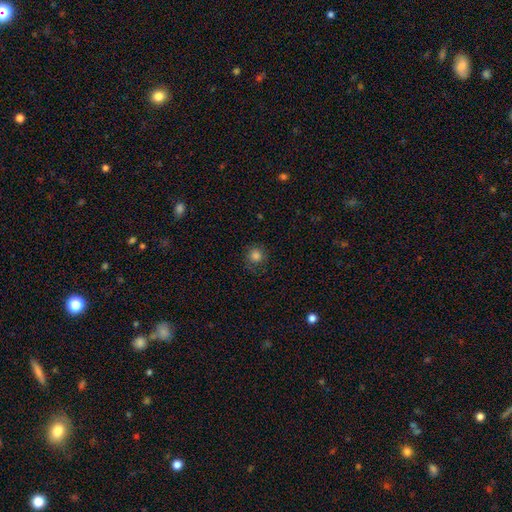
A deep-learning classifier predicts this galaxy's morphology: smooth-or-featured: smooth: 83% | star or artifact: 12% | featured or disk: 5%
  how-rounded: round: 92% | in between: 7% | cigar-shaped: 1%
  merging: none: 81% | minor disturbance: 13% | major disturbance: 5% | merger: 1%